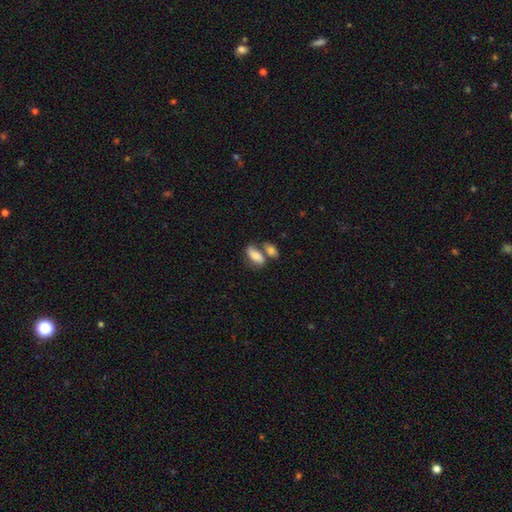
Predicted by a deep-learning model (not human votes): Smooth or featured? smooth (72%)
How rounded? in between (86%)
Merging? merger (43%)